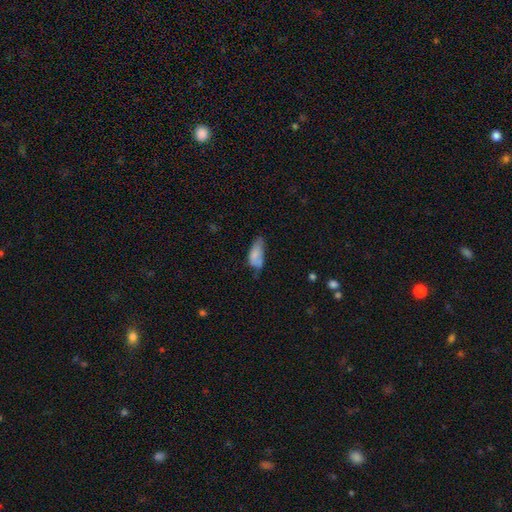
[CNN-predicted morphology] A smooth galaxy with no disk features (73%) that is in between round and cigar-shaped (88%).

Vote fractions:
- Smooth or featured? smooth: 73% / featured or disk: 19% / star or artifact: 9%
- How rounded? in between: 88% / cigar-shaped: 10% / round: 3%
- Merging? minor disturbance: 40% / none: 29% / major disturbance: 26% / merger: 6%